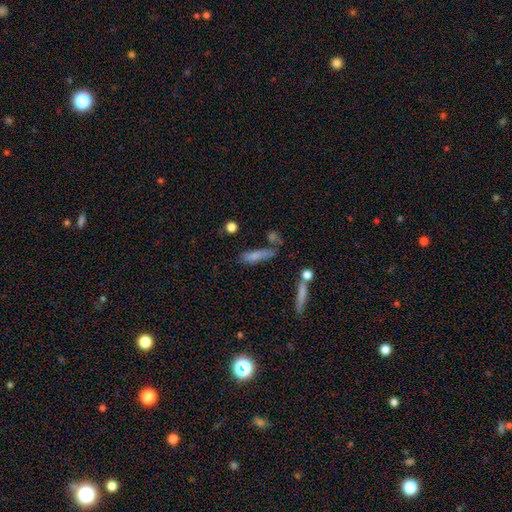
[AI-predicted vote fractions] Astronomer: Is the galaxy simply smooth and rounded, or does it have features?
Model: smooth — 73%.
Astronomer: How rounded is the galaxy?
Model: cigar-shaped — 70%.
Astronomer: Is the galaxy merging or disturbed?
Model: none — 52%.